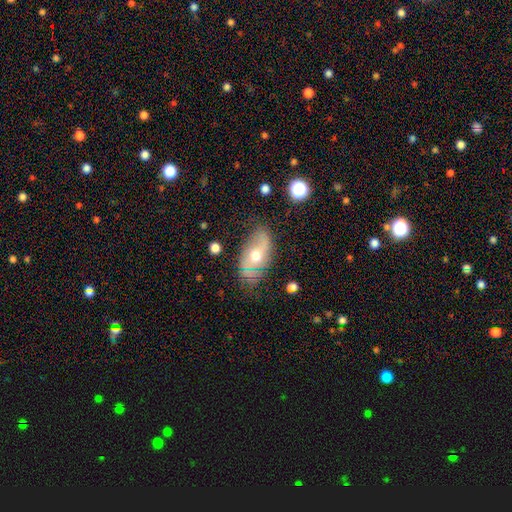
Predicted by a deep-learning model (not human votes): Overall: featured or disk (59%; smooth 31%). Edge-on disk: no (88%). Bar: no (69%). Spiral arms: yes (67%; no 33%). Bulge size: moderate (74%). Merging: none (61%; minor disturbance 27%).